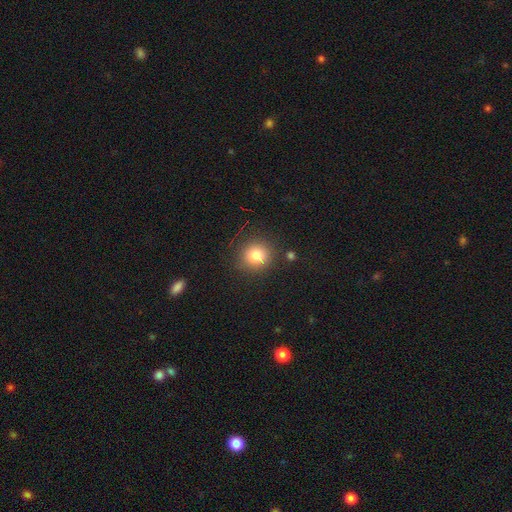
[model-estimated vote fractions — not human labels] The model was most divided on "smooth or featured": smooth: 81%, star or artifact: 12%, featured or disk: 7%. More confident: how rounded — round (89%); merging — none (84%).